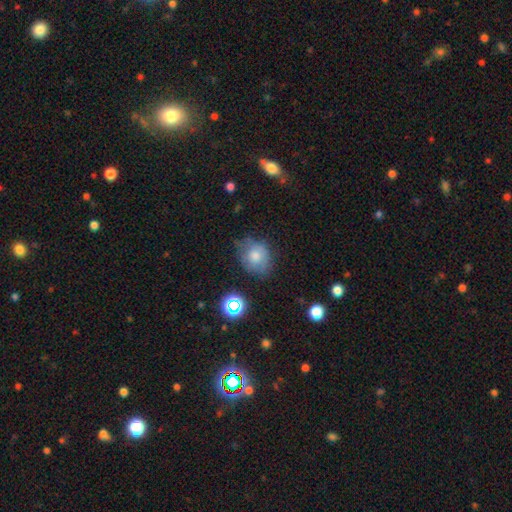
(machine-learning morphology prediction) Q: Smooth or featured?
A: smooth (72%); runner-up: featured or disk (15%)
Q: How rounded?
A: round (64%); runner-up: in between (35%)
Q: Merging?
A: none (58%); runner-up: minor disturbance (30%)